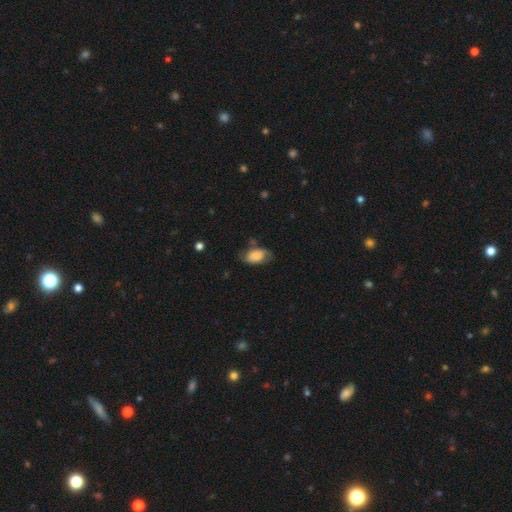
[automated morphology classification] This is likely a smooth galaxy (74%). How rounded: clearly in between (90%). Merging: possibly none (53%).